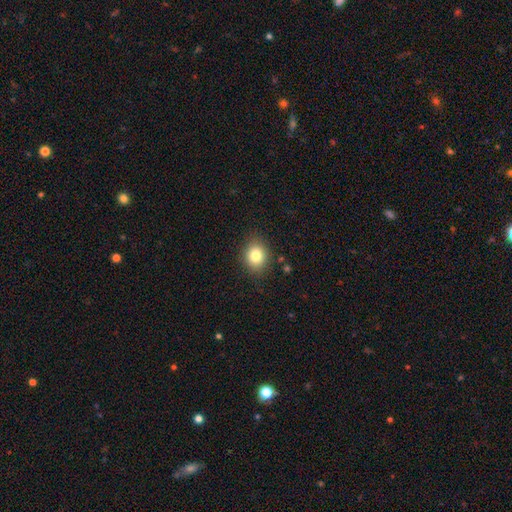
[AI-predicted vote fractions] This is clearly a smooth galaxy (81%). How rounded: possibly round (58%). Merging: clearly none (86%).